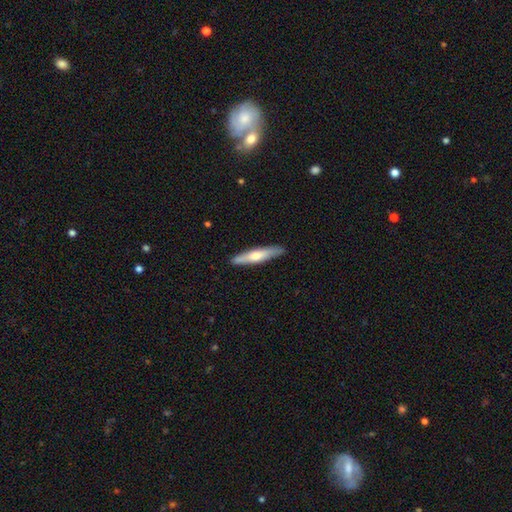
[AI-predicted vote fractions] Smooth or featured: smooth — 50% (featured or disk — 45%)
Merging: none — 89% (minor disturbance — 8%)